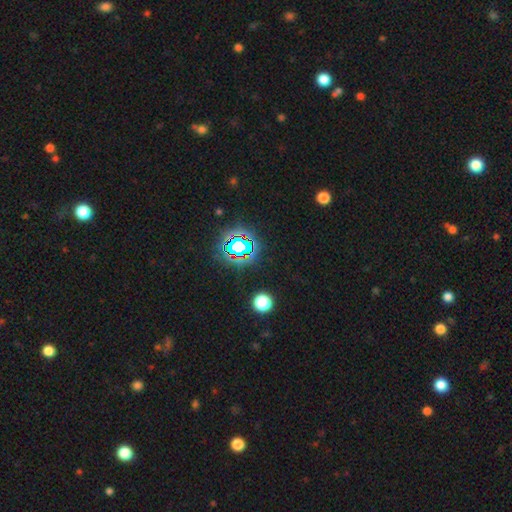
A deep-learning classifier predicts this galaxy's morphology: Overall: star or artifact (76%).